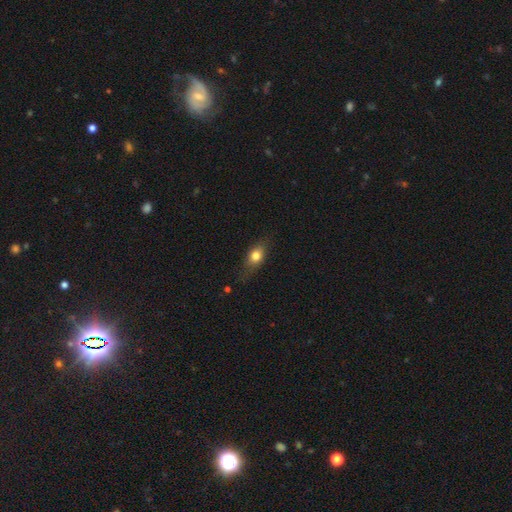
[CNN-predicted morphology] smooth-or-featured: smooth: 72% | featured or disk: 19% | star or artifact: 9%
  how-rounded: in between: 67% | round: 21% | cigar-shaped: 12%
  merging: none: 70% | minor disturbance: 22% | major disturbance: 6% | merger: 2%